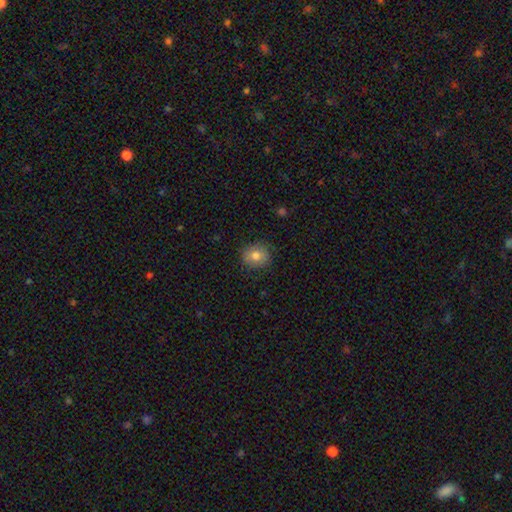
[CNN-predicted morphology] Overall: smooth (80%). How rounded: round (76%). Merging: none (84%).